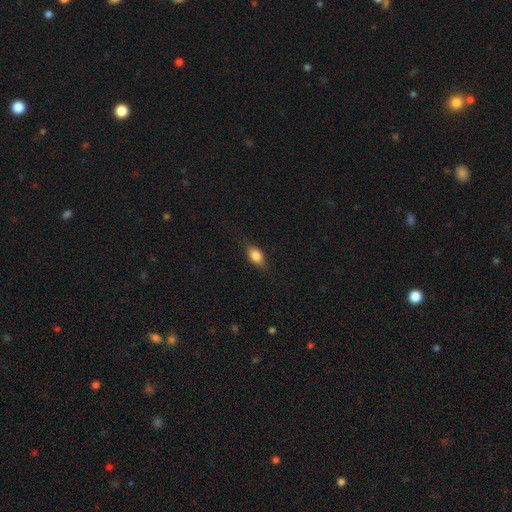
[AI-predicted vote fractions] smooth 79%, featured or disk 13%, star or artifact 8%. Down the decision tree: how rounded — in between (80%); merging — none (78%).